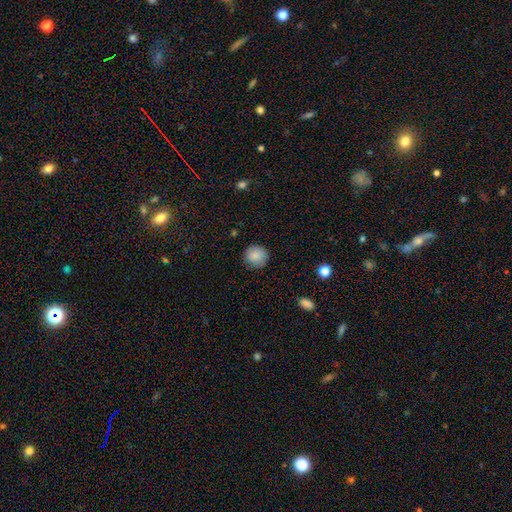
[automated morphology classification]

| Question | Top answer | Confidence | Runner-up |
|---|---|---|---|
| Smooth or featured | smooth | 85% | star or artifact (8%) |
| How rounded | round | 92% | in between (7%) |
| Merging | none | 88% | minor disturbance (9%) |